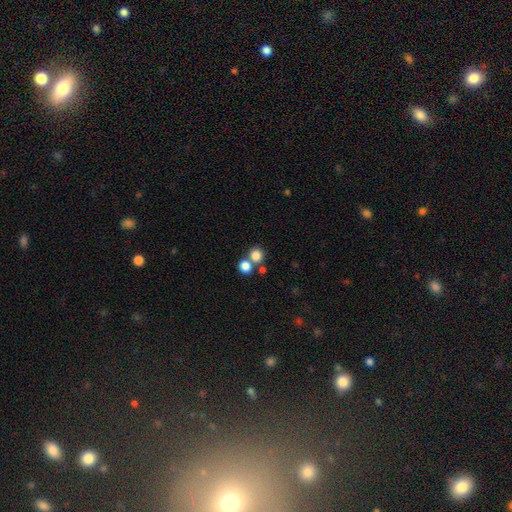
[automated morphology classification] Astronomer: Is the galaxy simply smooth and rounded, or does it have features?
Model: smooth — 80%.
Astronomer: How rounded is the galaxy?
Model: round — 84%.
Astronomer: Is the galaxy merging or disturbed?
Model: none — 57% (runner-up: merger, 34%).